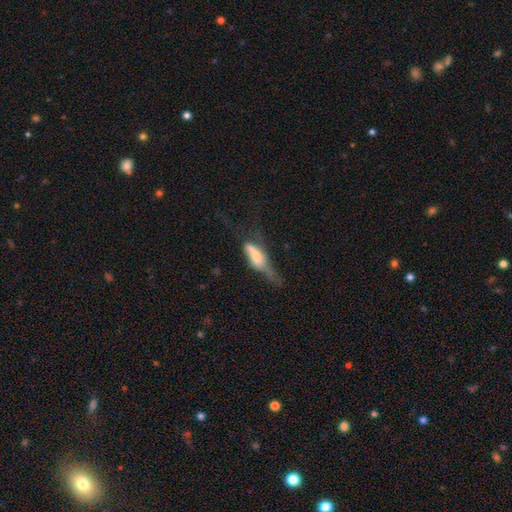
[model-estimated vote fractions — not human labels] Morphology: type=smooth (51%); roundness=in between (57%); merging=major disturbance (45%).